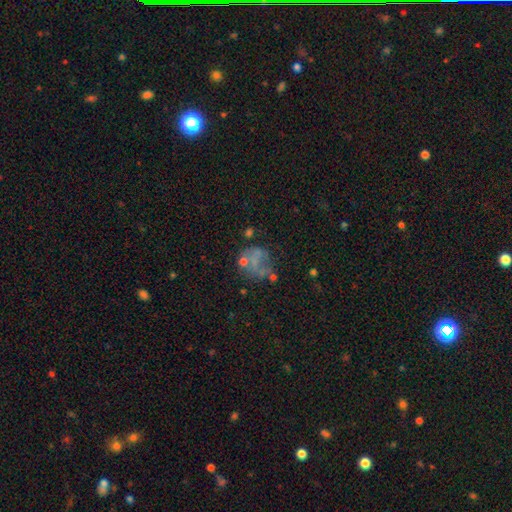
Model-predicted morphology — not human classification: Smooth or featured? featured or disk (38%)
Merging? none (47%)